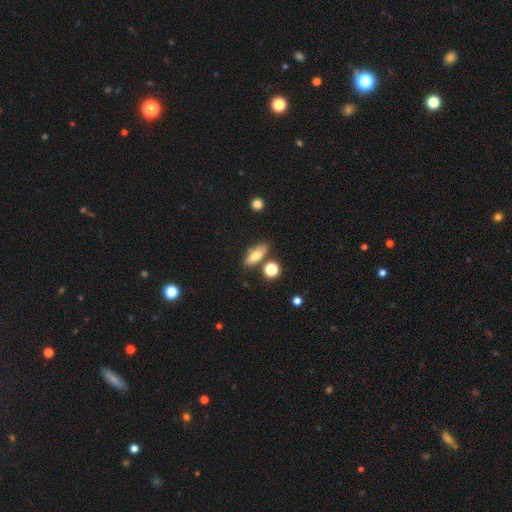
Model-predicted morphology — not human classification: smooth-or-featured: smooth: 69% | featured or disk: 21% | star or artifact: 10%
  how-rounded: in between: 74% | cigar-shaped: 19% | round: 6%
  merging: none: 75% | minor disturbance: 14% | merger: 8% | major disturbance: 3%